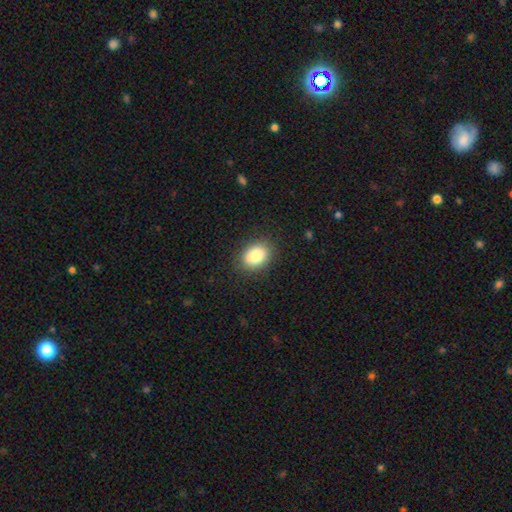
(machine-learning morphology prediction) smooth-or-featured: smooth: 85% | star or artifact: 8% | featured or disk: 7%
  how-rounded: in between: 67% | round: 32% | cigar-shaped: 1%
  merging: none: 87% | minor disturbance: 9% | major disturbance: 3% | merger: 1%